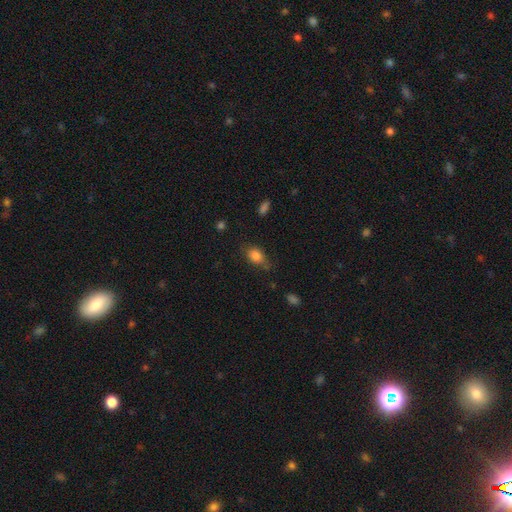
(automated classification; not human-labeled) Q: Smooth or featured?
A: smooth (83%); runner-up: star or artifact (9%)
Q: How rounded?
A: in between (73%); runner-up: round (24%)
Q: Merging?
A: none (60%); runner-up: minor disturbance (29%)